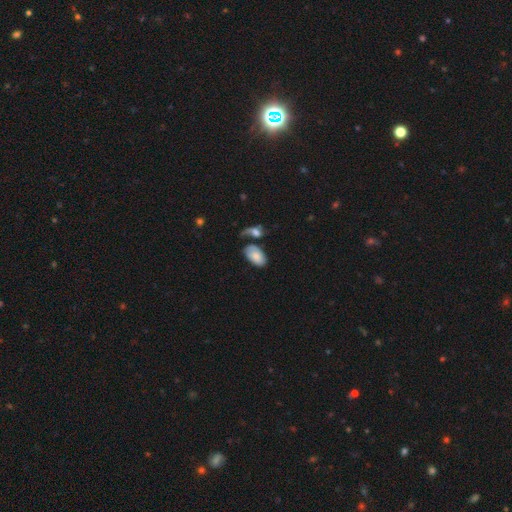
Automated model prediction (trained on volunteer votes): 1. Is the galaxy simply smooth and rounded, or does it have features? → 73% smooth, 19% featured or disk, 7% star or artifact.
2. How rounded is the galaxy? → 93% in between, 5% round, 2% cigar-shaped.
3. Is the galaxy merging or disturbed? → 44% none, 22% merger, 21% minor disturbance, 12% major disturbance.